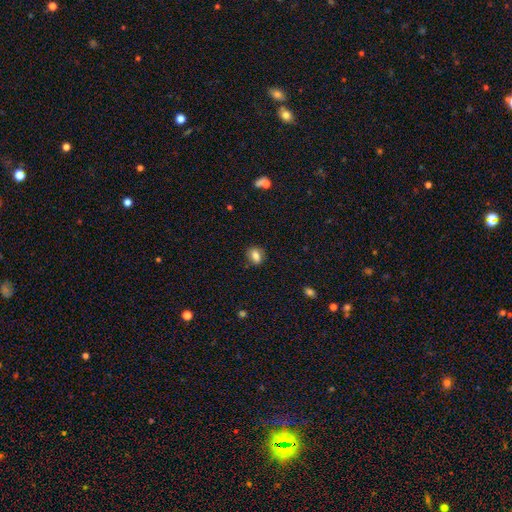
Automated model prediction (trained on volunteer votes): Smooth or featured: smooth — 77% (featured or disk — 12%)
How rounded: in between — 60% (round — 38%)
Merging: none — 80% (minor disturbance — 14%)